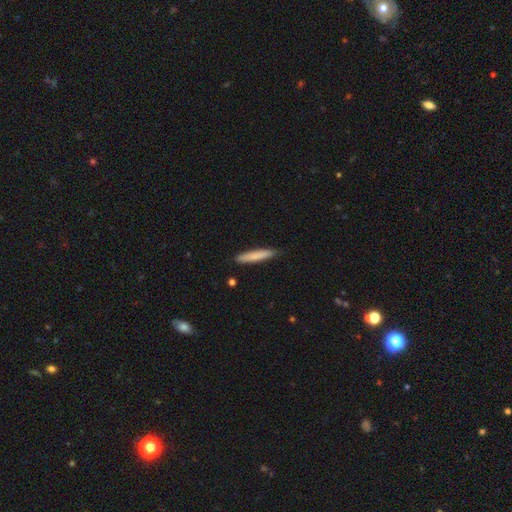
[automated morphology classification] Q: Smooth or featured?
A: smooth (79%); runner-up: featured or disk (16%)
Q: How rounded?
A: cigar-shaped (93%); runner-up: in between (6%)
Q: Merging?
A: none (87%); runner-up: minor disturbance (10%)